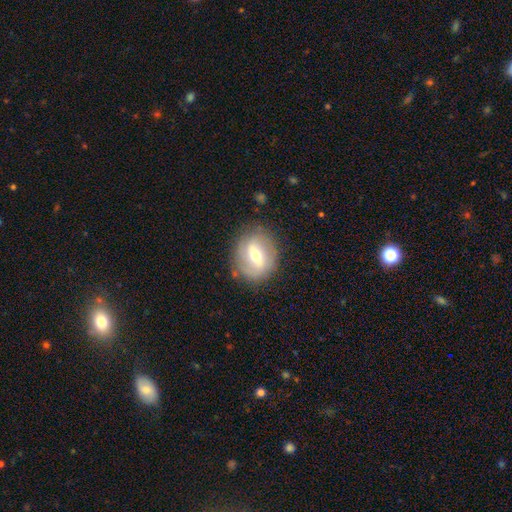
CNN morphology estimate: Smooth or featured?
  - featured or disk: 60% *
  - smooth: 32%
  - star or artifact: 8%
Edge-on disk?
  - no: 91% *
  - yes: 9%
Bar?
  - weak: 42% *
  - strong: 41%
  - no: 16%
Spiral arms?
  - yes: 55% *
  - no: 45%
Bulge size?
  - moderate: 63% *
  - small: 29%
  - large: 5%
  - dominant: 1%
  - none: 1%
Merging?
  - none: 80% *
  - minor disturbance: 13%
  - major disturbance: 5%
  - merger: 2%